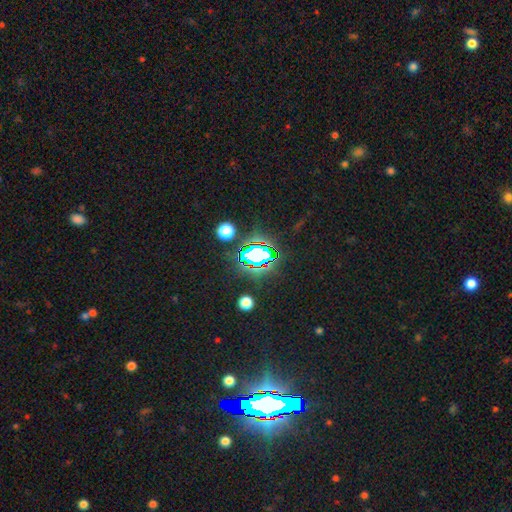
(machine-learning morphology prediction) smooth-or-featured: star or artifact: 68% | smooth: 20% | featured or disk: 12%